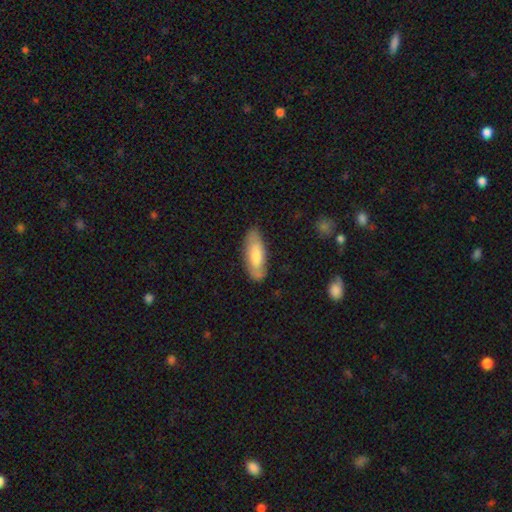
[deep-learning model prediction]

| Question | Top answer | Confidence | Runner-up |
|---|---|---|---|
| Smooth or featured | smooth | 64% | featured or disk (30%) |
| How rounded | in between | 70% | cigar-shaped (28%) |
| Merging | none | 79% | minor disturbance (16%) |